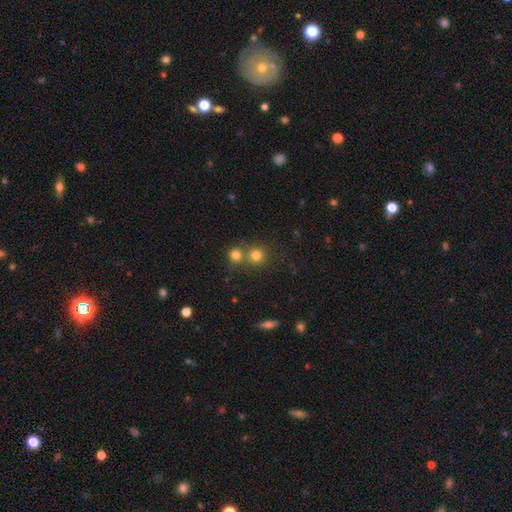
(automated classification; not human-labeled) Morphology: type=smooth (78%); roundness=round (91%); merging=none (60%).